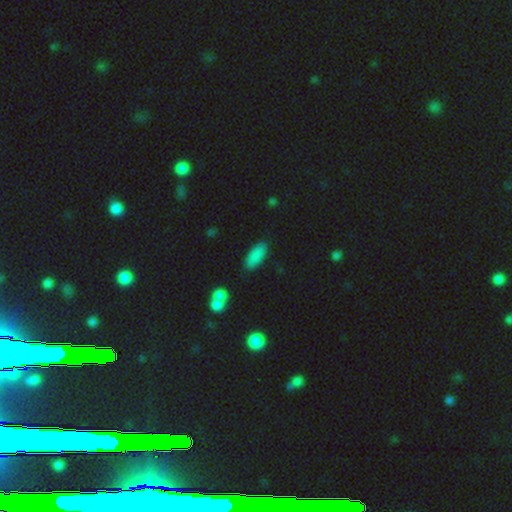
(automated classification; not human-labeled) Smooth or featured: smooth — 86% (star or artifact — 8%)
How rounded: in between — 76% (cigar-shaped — 22%)
Merging: none — 84% (minor disturbance — 11%)